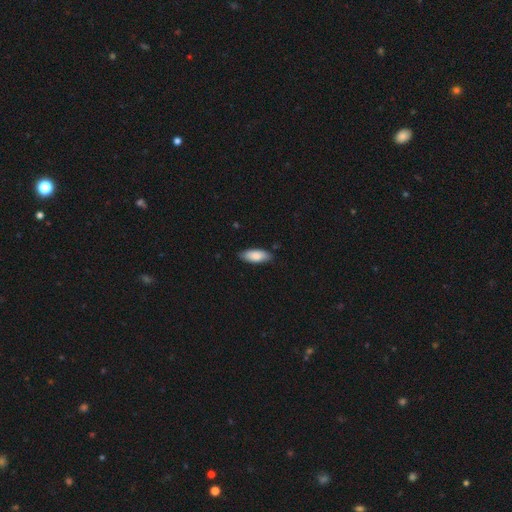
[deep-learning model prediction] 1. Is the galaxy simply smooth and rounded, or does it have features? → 85% smooth, 9% featured or disk, 6% star or artifact.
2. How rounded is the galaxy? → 81% in between, 17% cigar-shaped, 2% round.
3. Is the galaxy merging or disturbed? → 84% none, 13% minor disturbance, 2% major disturbance, 1% merger.